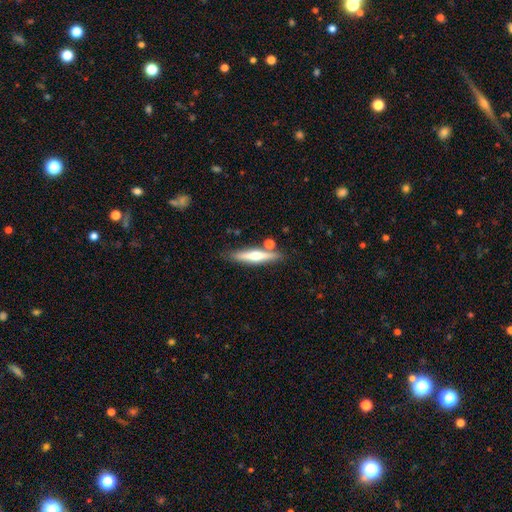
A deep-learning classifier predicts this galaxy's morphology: Smooth or featured?
  - featured or disk: 56% *
  - smooth: 38%
  - star or artifact: 6%
Edge-on disk?
  - yes: 95% *
  - no: 5%
Edge-on bulge?
  - rounded: 89% *
  - none: 7%
  - boxy: 4%
Merging?
  - none: 80% *
  - minor disturbance: 10%
  - merger: 8%
  - major disturbance: 2%